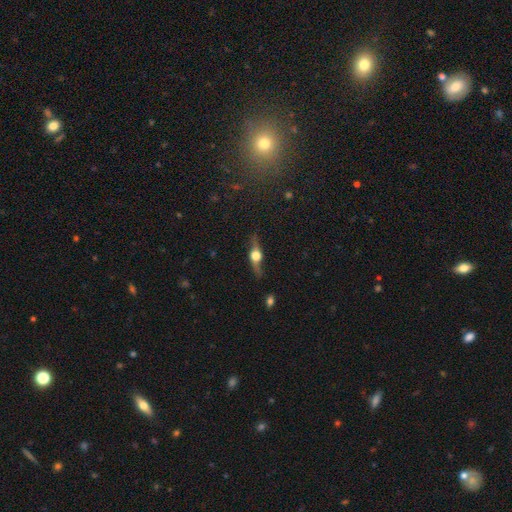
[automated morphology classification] A featured or disk galaxy (75%) viewed edge-on (95%) with a rounded central bulge (96%). Merging: none (84%).